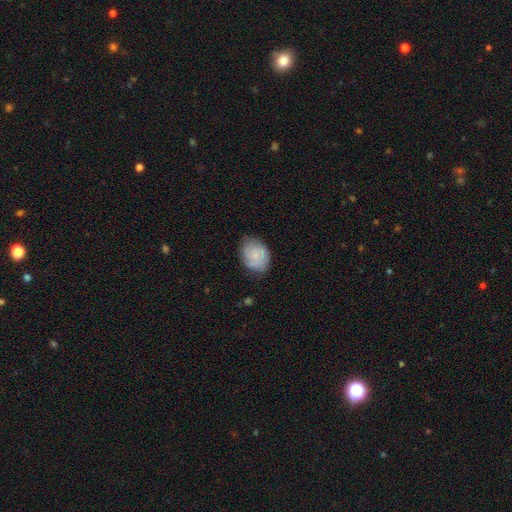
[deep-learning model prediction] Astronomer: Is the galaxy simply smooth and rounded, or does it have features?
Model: smooth — 65%.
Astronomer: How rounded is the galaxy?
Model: in between — 72%.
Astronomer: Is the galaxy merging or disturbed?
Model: none — 67%.